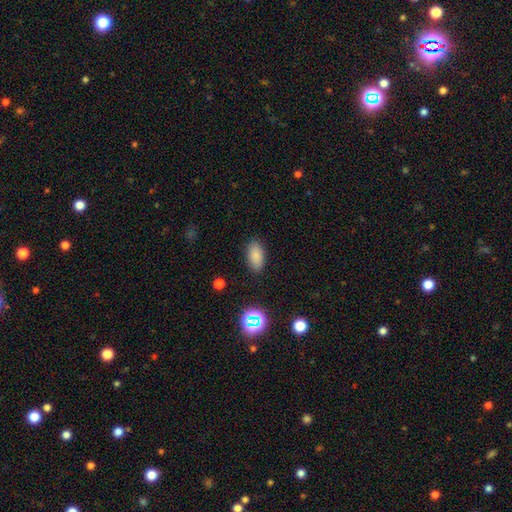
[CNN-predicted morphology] A smooth galaxy with no disk features (84%) that is in between round and cigar-shaped (92%).

Vote fractions:
- Smooth or featured? smooth: 84% / star or artifact: 11% / featured or disk: 5%
- How rounded? in between: 92% / round: 4% / cigar-shaped: 4%
- Merging? none: 87% / minor disturbance: 9% / major disturbance: 3% / merger: 1%